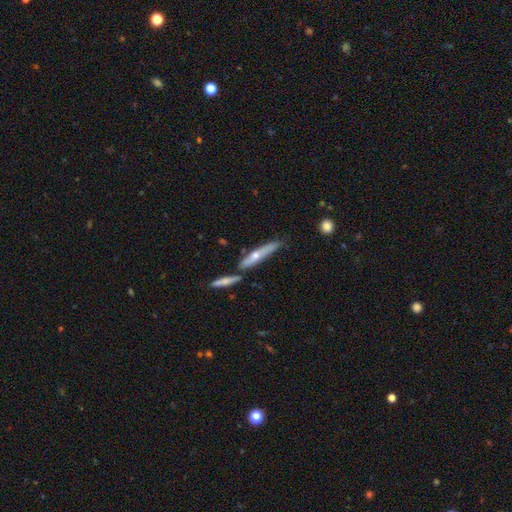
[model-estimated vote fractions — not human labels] A featured or disk galaxy (51%) viewed edge-on (85%). Merging: none (67%).